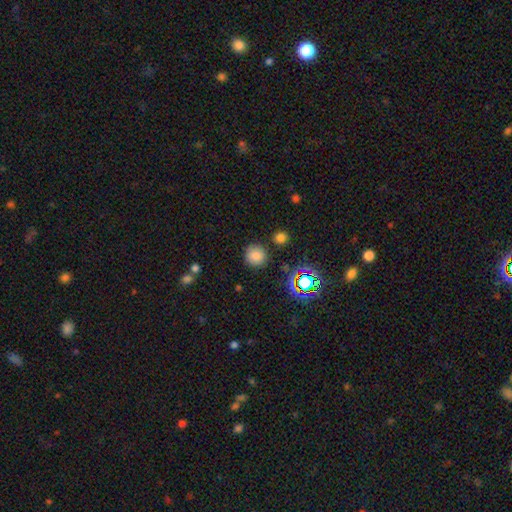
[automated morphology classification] Overall: smooth (79%). How rounded: round (92%). Merging: none (85%).